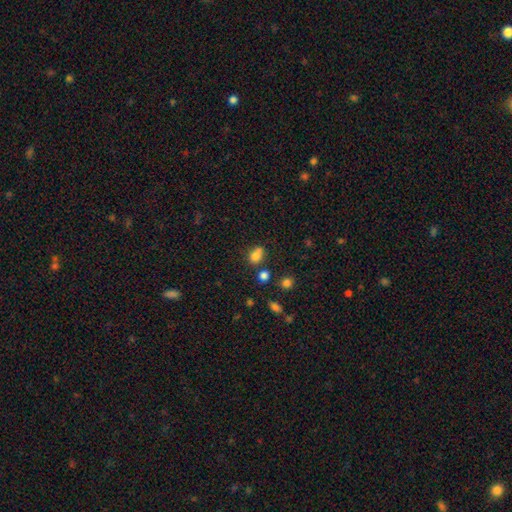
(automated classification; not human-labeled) Overall: smooth (78%). How rounded: in between (50%; round 49%). Merging: none (48%; merger 28%).